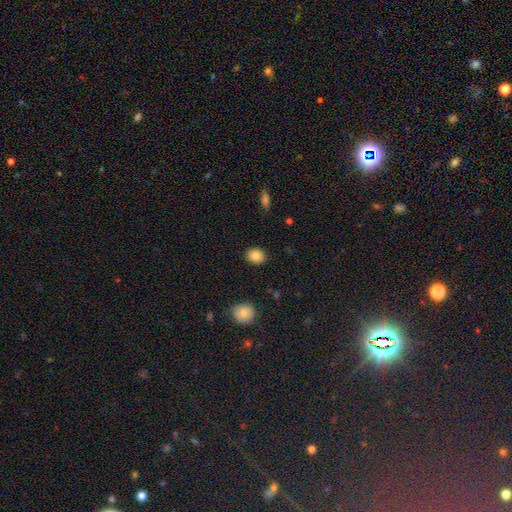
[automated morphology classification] Smooth or featured? smooth (85%)
How rounded? in between (60%)
Merging? none (89%)